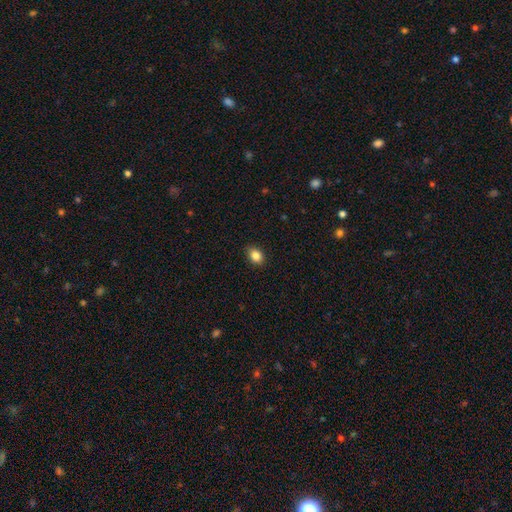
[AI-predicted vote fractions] Smooth or featured? Predicted: smooth (p=0.85). How rounded? Predicted: in between (p=0.68). Merging? Predicted: none (p=0.86).